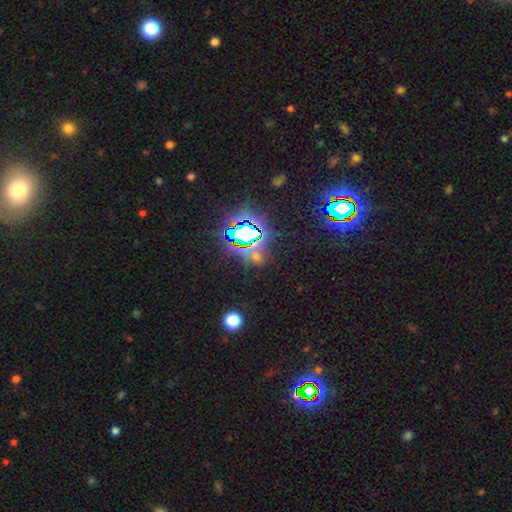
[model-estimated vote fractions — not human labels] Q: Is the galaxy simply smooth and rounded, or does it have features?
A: star or artifact — 69%.